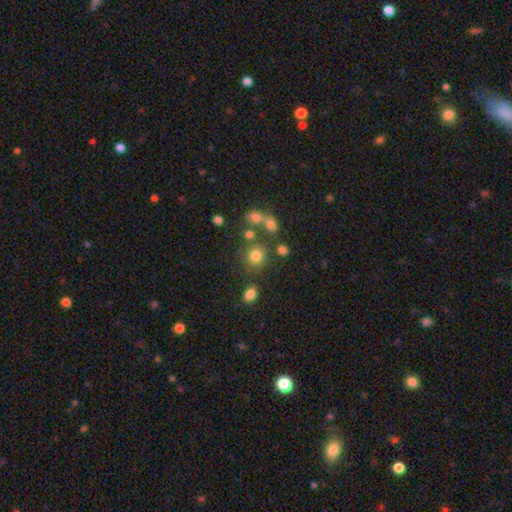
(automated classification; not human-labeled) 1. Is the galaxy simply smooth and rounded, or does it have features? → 77% smooth, 15% star or artifact, 8% featured or disk.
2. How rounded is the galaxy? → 85% round, 14% in between, 1% cigar-shaped.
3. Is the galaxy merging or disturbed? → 69% none, 14% merger, 11% minor disturbance, 6% major disturbance.